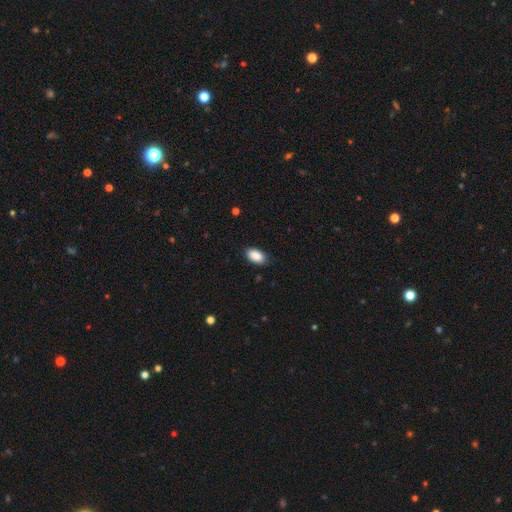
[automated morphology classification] type=smooth (90%); roundness=in between (93%); merging=none (84%).